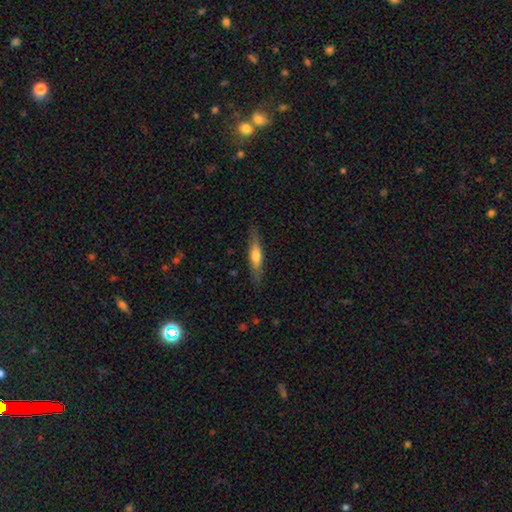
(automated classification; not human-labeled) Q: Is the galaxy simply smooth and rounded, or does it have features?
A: smooth — 52%.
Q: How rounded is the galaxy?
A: cigar-shaped — 80%.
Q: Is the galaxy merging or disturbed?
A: none — 84%.